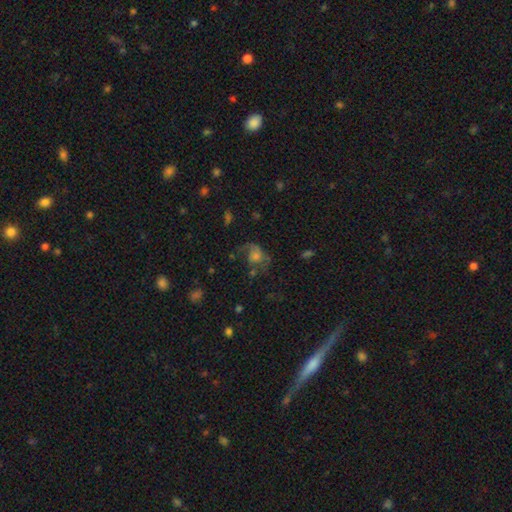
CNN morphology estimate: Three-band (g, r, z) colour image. It shows a featured or disk galaxy (48%). Merging: major disturbance (37%, tied with none).